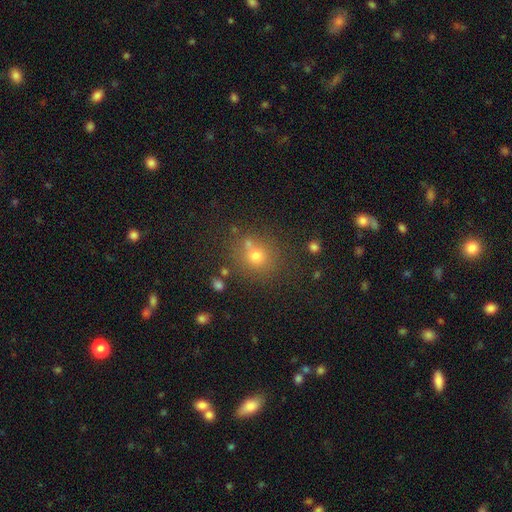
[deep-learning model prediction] Morphology: type=smooth (67%); roundness=round (84%); merging=none (67%).